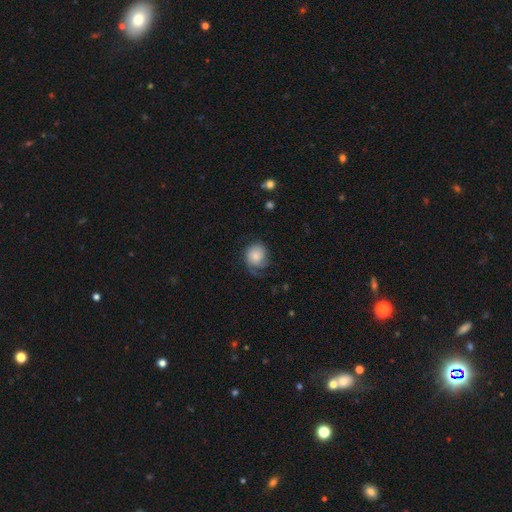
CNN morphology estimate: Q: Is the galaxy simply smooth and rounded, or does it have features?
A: smooth — 58%.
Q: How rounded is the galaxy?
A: round — 75%.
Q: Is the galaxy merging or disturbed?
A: none — 50%.